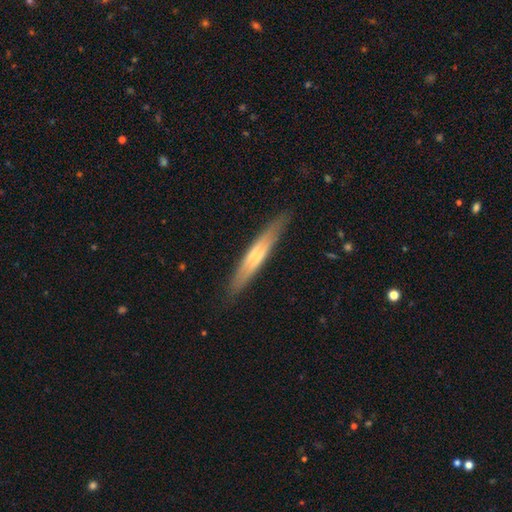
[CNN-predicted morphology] smooth_or_featured: featured or disk (p=0.56) [alt: smooth p=0.38]
disk_edge_on: yes (p=0.90) [alt: no p=0.10]
edge_on_bulge: none (p=0.49) [alt: rounded p=0.32]
merging: none (p=0.86) [alt: minor disturbance p=0.10]